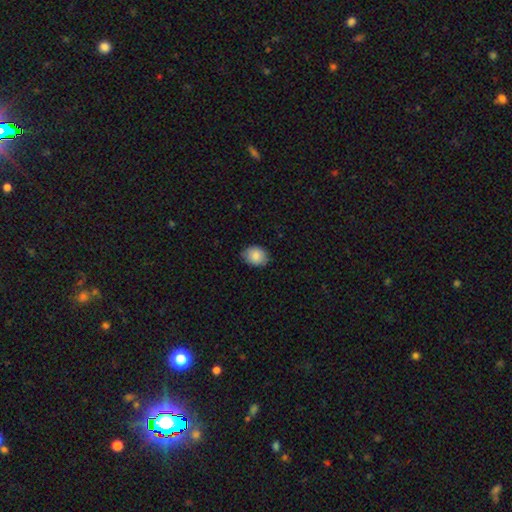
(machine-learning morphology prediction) Smooth or featured? smooth (87%)
How rounded? in between (57%)
Merging? none (82%)